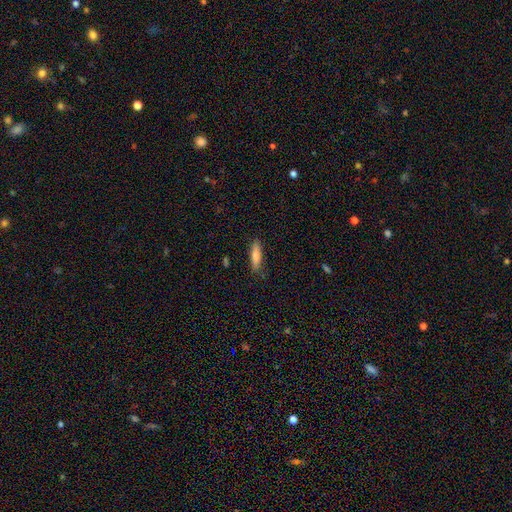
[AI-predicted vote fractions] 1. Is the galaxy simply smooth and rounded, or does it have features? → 81% smooth, 13% featured or disk, 6% star or artifact.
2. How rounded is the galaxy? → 69% cigar-shaped, 29% in between, 2% round.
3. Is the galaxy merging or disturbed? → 83% none, 12% minor disturbance, 3% major disturbance, 2% merger.